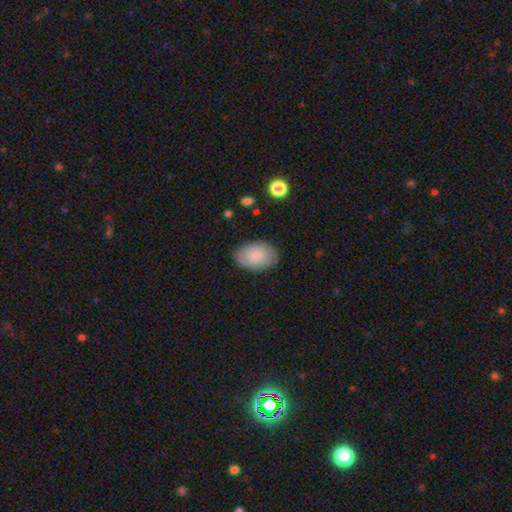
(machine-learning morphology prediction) This appears to be a smooth galaxy with no disk features (69%) that is in between round and cigar-shaped (88%). Merging: none (82%).